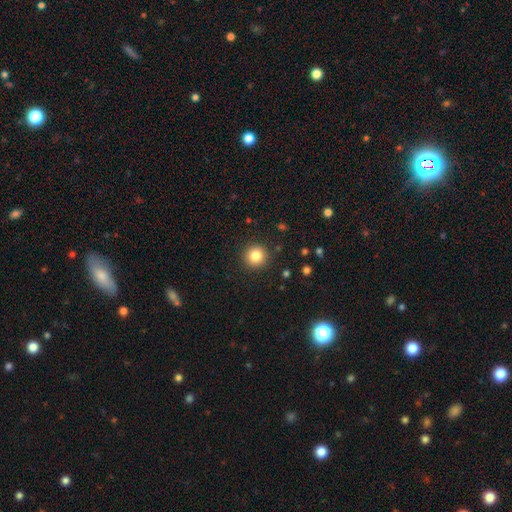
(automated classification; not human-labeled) This appears to be a smooth galaxy with no disk features (84%) that is round (94%). Merging: none (91%).